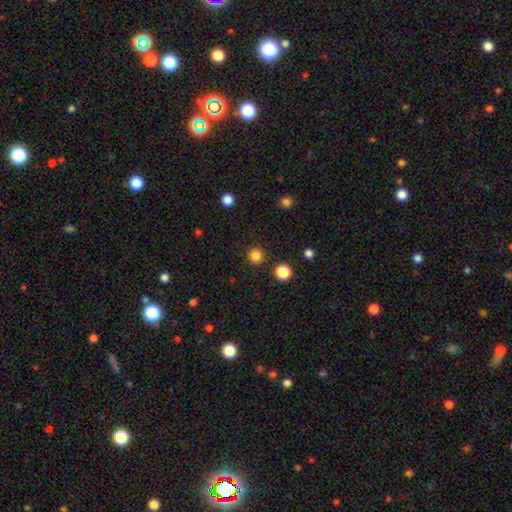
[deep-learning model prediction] Morphology: type=smooth (83%); roundness=round (95%); merging=none (91%).